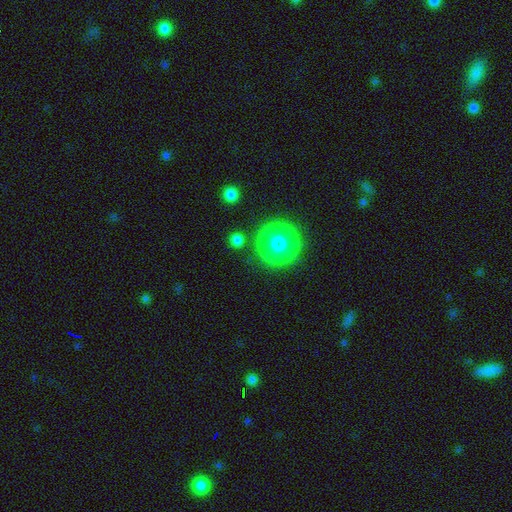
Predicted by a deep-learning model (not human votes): smooth-or-featured: star or artifact: 58% | smooth: 37% | featured or disk: 5%